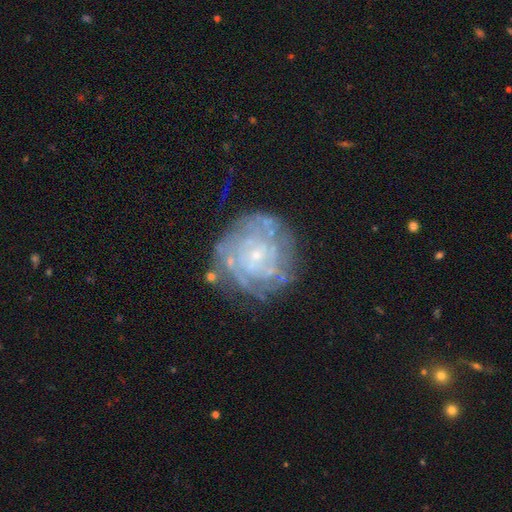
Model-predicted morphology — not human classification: A featured or disk galaxy (78%) with no bar (76%), tight (75%) spiral arms (78%) and a small central bulge (81%).

Vote fractions:
- Smooth or featured? featured or disk: 78% / smooth: 14% / star or artifact: 8%
- Edge-on disk? no: 97% / yes: 3%
- Bar? no: 76% / weak: 19% / strong: 5%
- Spiral arms? yes: 78% / no: 22%
- Spiral winding? tight: 75% / medium: 19% / loose: 6%
- Spiral arm count? can't tell: 54% / 2: 12% / 3: 11% / 4: 11% / more than 4: 7% / 1: 5%
- Bulge size? small: 81% / moderate: 11% / none: 5% / large: 1% / dominant: 1%
- Merging? none: 68% / minor disturbance: 18% / major disturbance: 10% / merger: 4%